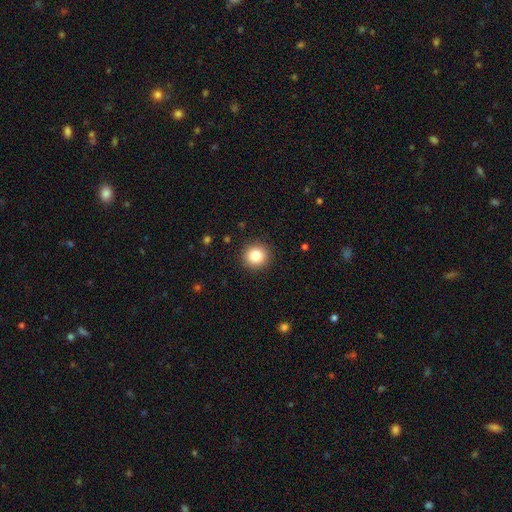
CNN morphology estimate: Smooth or featured: smooth — 84% (star or artifact — 10%)
How rounded: round — 93% (in between — 6%)
Merging: none — 92% (minor disturbance — 5%)